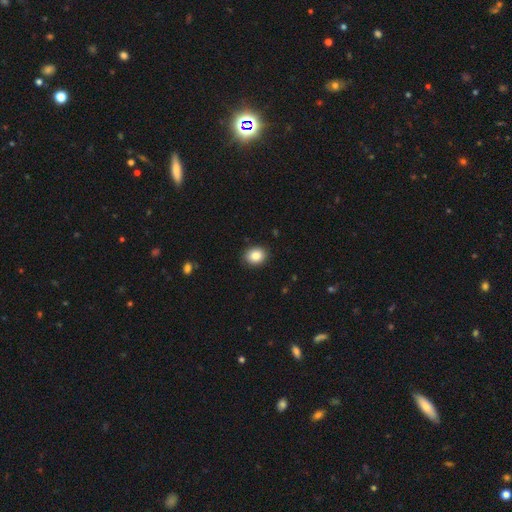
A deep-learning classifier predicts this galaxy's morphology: smooth 88%, star or artifact 8%, featured or disk 4%. Down the decision tree: how rounded — round (58%); merging — none (89%).